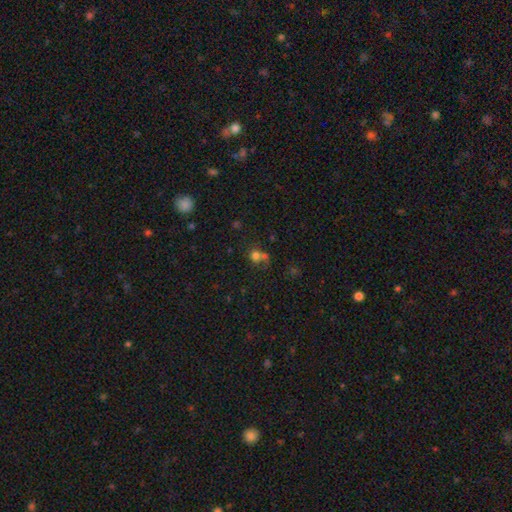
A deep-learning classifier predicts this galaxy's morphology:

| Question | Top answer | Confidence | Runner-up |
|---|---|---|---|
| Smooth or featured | smooth | 71% | star or artifact (17%) |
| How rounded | round | 80% | in between (19%) |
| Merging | merger | 42% | none (40%) |